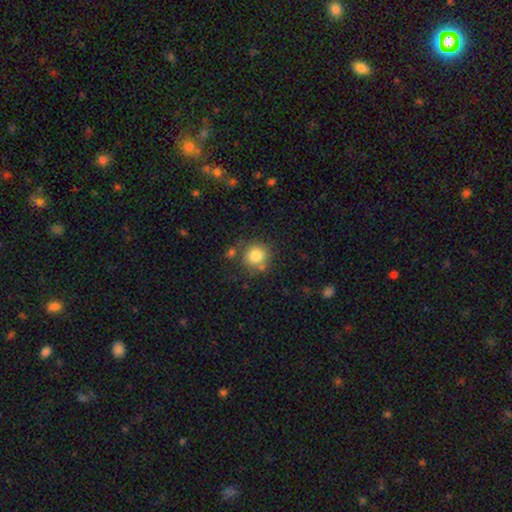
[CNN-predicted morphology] smooth_or_featured: smooth (p=0.82) [alt: star or artifact p=0.10]
how_rounded: round (p=0.91) [alt: in between p=0.08]
merging: none (p=0.71) [alt: minor disturbance p=0.14]